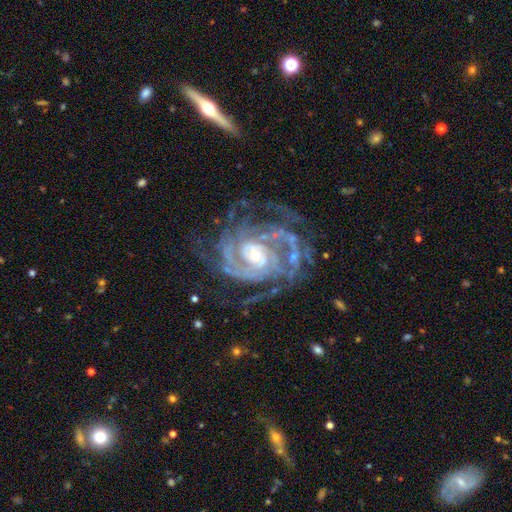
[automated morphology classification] This is clearly a featured or disk galaxy (91%). It is clearly not viewed edge-on (98%). Bar: likely no (64%). Spiral arm pattern: clearly yes (97%). Spiral arm count: marginally 2 (24%). Spiral winding: likely tight (64%). Central bulge: possibly small (59%). Merging: likely none (62%).